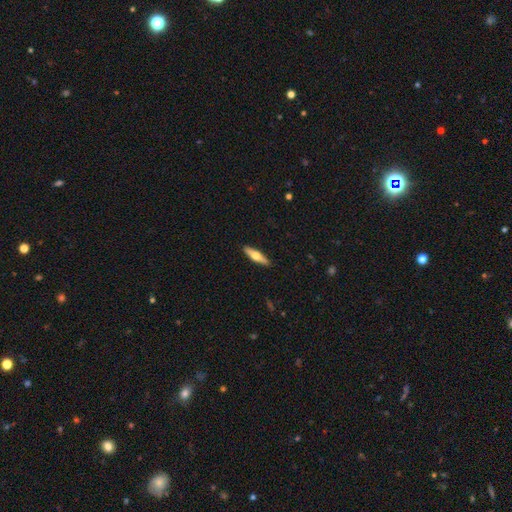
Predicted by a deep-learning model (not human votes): smooth-or-featured: featured or disk: 51% | smooth: 44% | star or artifact: 5%
  disk-edge-on: yes: 93% | no: 7%
  merging: none: 91% | minor disturbance: 7% | major disturbance: 1% | merger: 1%